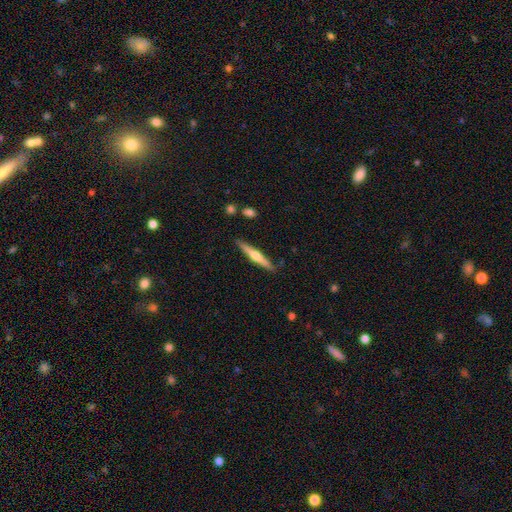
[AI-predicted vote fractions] Q: Smooth or featured?
A: featured or disk (63%); runner-up: smooth (32%)
Q: Edge-on disk?
A: yes (97%); runner-up: no (3%)
Q: Edge-on bulge?
A: rounded (89%); runner-up: none (7%)
Q: Merging?
A: none (88%); runner-up: minor disturbance (9%)